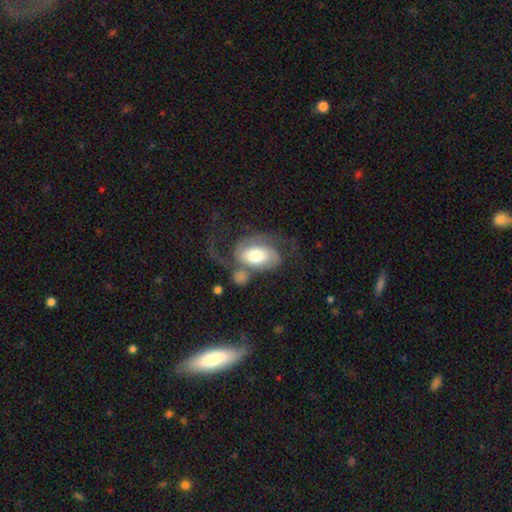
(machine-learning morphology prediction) Smooth or featured? Predicted: featured or disk (p=0.74). Edge-on disk? Predicted: no (p=0.96). Bar? Predicted: no (p=0.61). Spiral arms? Predicted: yes (p=0.90). Spiral winding? Predicted: medium (p=0.43). Spiral arm count? Predicted: 2 (p=0.76). Bulge size? Predicted: moderate (p=0.48). Merging? Predicted: major disturbance (p=0.34).